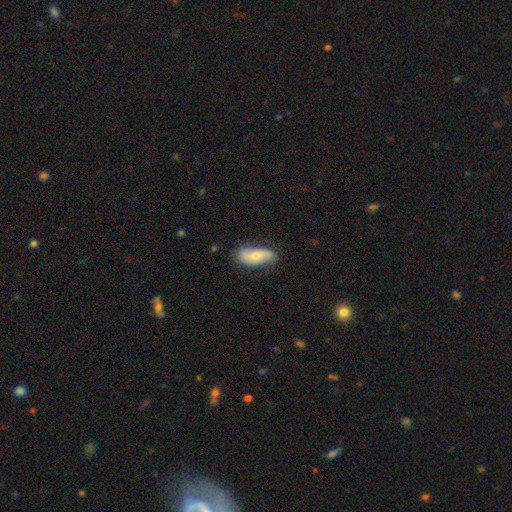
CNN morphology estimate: Q: Smooth or featured?
A: smooth (58%); runner-up: featured or disk (36%)
Q: How rounded?
A: in between (83%); runner-up: cigar-shaped (14%)
Q: Merging?
A: none (74%); runner-up: minor disturbance (20%)